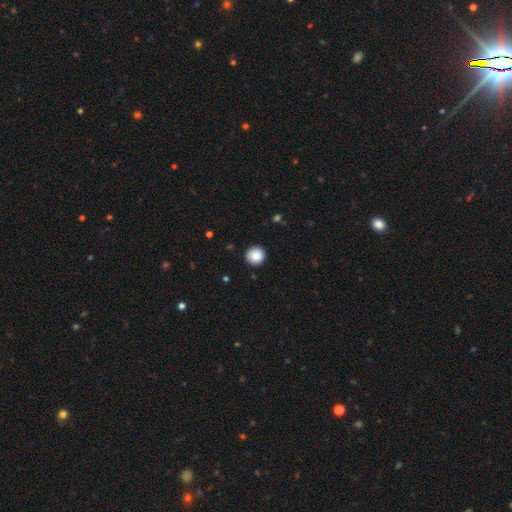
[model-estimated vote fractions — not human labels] smooth_or_featured: smooth (p=0.87) [alt: star or artifact p=0.08]
how_rounded: round (p=0.94) [alt: in between p=0.05]
merging: none (p=0.91) [alt: minor disturbance p=0.06]